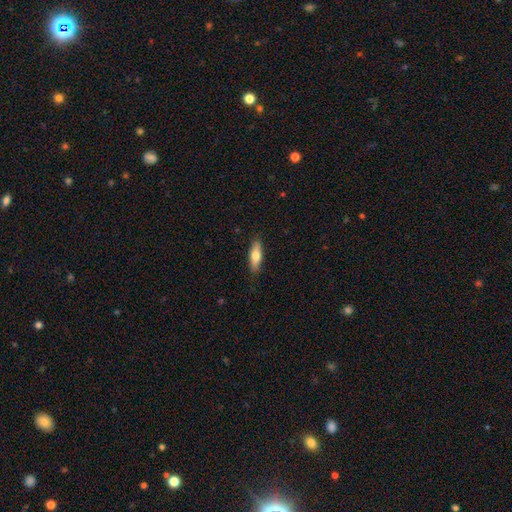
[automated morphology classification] type=smooth (70%); roundness=in between (53%); merging=none (87%).